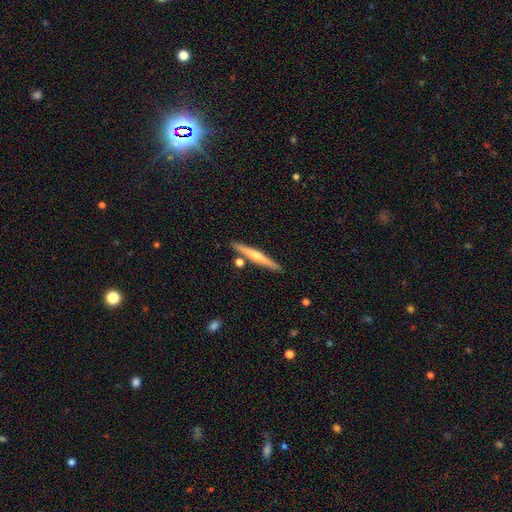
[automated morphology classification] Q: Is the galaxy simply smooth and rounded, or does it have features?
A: featured or disk — 55%.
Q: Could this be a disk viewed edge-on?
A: yes — 97%.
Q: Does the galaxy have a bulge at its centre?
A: rounded — 74%.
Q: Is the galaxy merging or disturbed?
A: none — 85%.